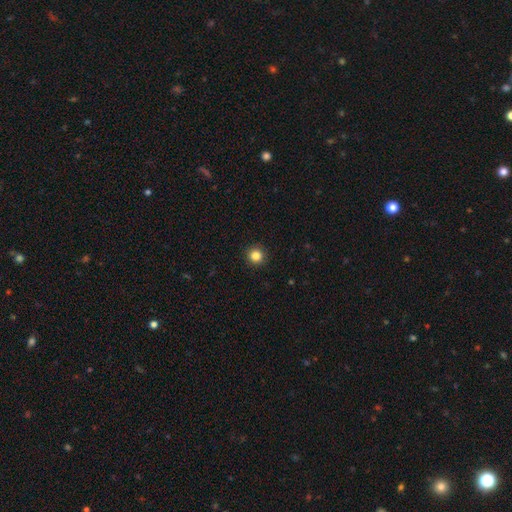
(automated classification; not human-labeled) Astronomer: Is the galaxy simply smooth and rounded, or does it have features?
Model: smooth — 85%.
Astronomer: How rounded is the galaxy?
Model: round — 94%.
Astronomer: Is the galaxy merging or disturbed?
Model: none — 93%.